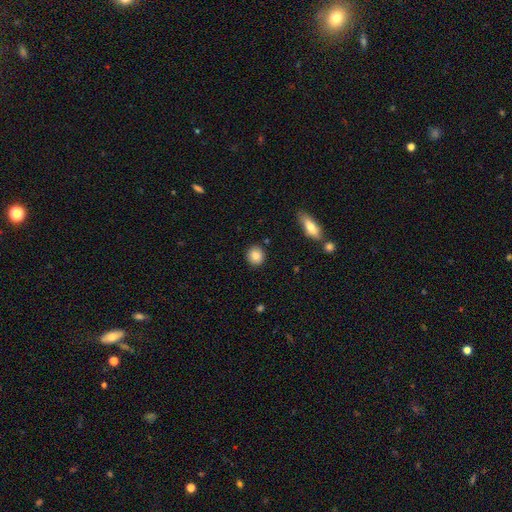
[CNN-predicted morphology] smooth 86%, star or artifact 8%, featured or disk 5%. Down the decision tree: how rounded — round (83%); merging — none (89%).